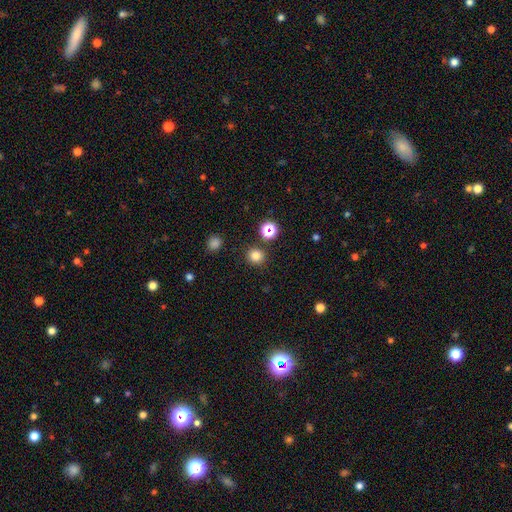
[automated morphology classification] Smooth or featured: smooth — 79% (star or artifact — 16%)
How rounded: round — 91% (in between — 9%)
Merging: none — 87% (minor disturbance — 6%)